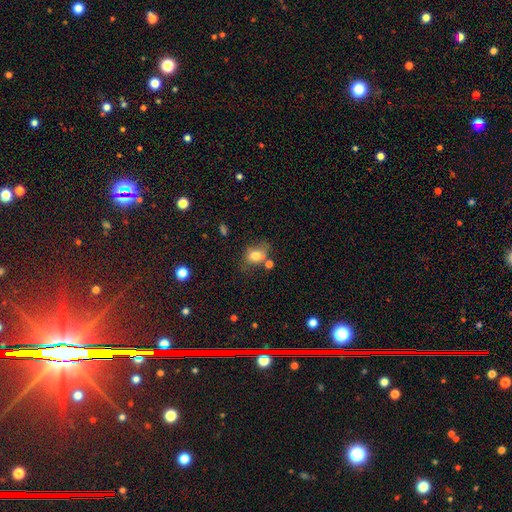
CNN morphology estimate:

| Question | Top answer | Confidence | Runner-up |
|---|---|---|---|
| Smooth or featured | smooth | 73% | featured or disk (17%) |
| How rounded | in between | 61% | round (37%) |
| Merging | none | 48% | minor disturbance (25%) |